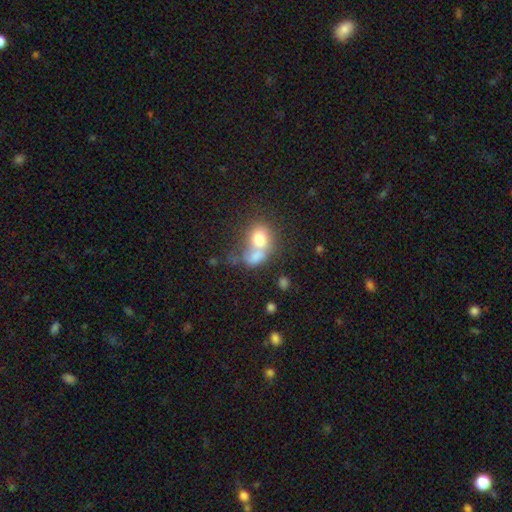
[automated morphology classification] Q: Smooth or featured?
A: smooth (71%); runner-up: featured or disk (19%)
Q: How rounded?
A: in between (52%); runner-up: round (47%)
Q: Merging?
A: merger (65%); runner-up: none (18%)